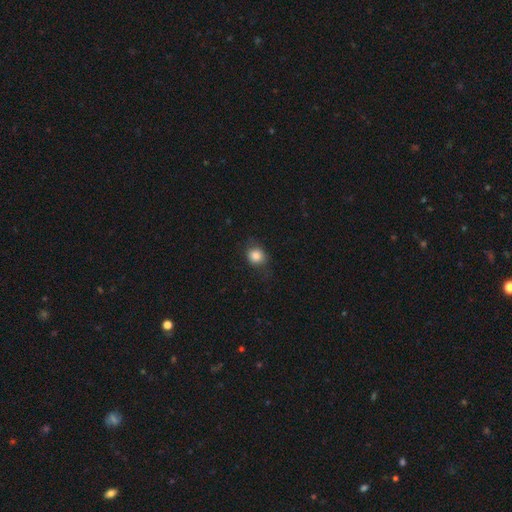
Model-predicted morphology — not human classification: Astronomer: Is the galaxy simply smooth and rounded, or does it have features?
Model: smooth — 83%.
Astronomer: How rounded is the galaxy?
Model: round — 76%.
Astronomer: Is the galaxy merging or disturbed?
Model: none — 70%.